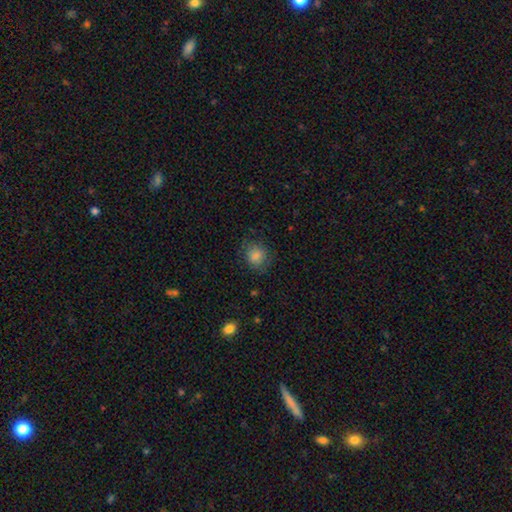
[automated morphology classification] A smooth galaxy with no disk features (82%) that is round (71%).

Vote fractions:
- Smooth or featured? smooth: 82% / star or artifact: 9% / featured or disk: 8%
- How rounded? round: 71% / in between: 28% / cigar-shaped: 1%
- Merging? none: 74% / minor disturbance: 18% / major disturbance: 7% / merger: 1%